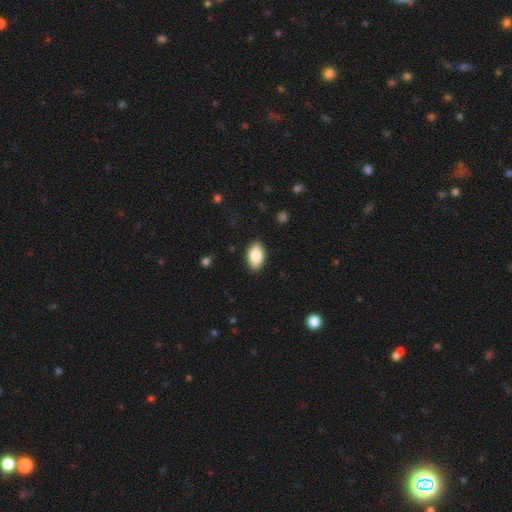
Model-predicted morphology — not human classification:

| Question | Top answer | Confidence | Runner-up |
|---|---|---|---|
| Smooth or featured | smooth | 87% | featured or disk (7%) |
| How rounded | in between | 94% | round (4%) |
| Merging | none | 89% | minor disturbance (8%) |